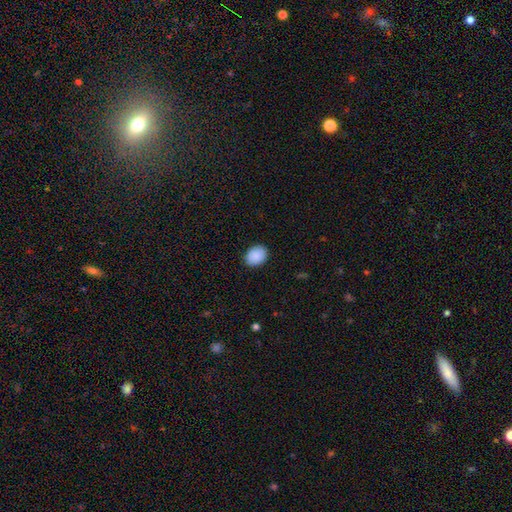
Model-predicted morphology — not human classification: This appears to be a smooth galaxy with no disk features (90%) that is in between round and cigar-shaped (65%). Merging: none (89%).